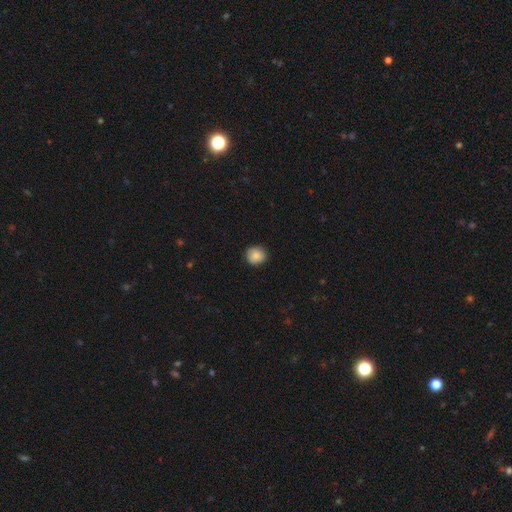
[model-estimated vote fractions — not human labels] Smooth or featured?
  - smooth: 86% *
  - star or artifact: 8%
  - featured or disk: 6%
How rounded?
  - round: 86% *
  - in between: 13%
  - cigar-shaped: 1%
Merging?
  - none: 86% *
  - minor disturbance: 11%
  - major disturbance: 2%
  - merger: 1%